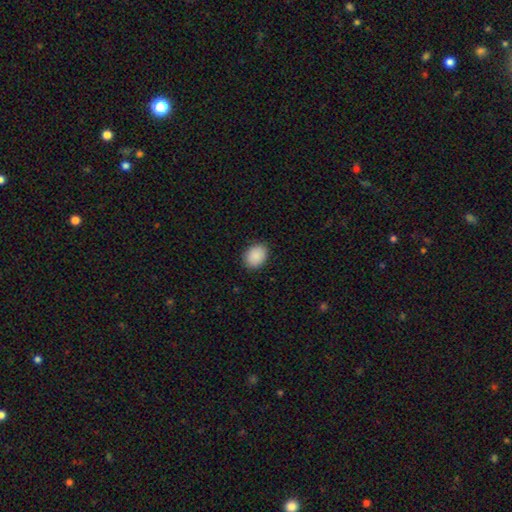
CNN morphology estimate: smooth-or-featured: smooth: 90% | star or artifact: 7% | featured or disk: 3%
  how-rounded: in between: 63% | round: 36% | cigar-shaped: 1%
  merging: none: 88% | minor disturbance: 9% | major disturbance: 2% | merger: 1%